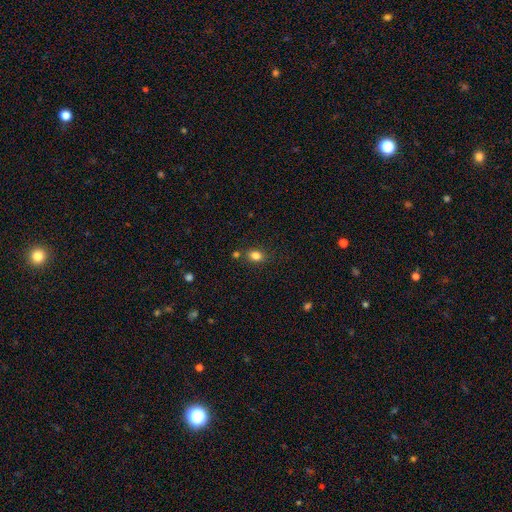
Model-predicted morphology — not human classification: smooth_or_featured: smooth (p=0.83) [alt: star or artifact p=0.11]
how_rounded: in between (p=0.70) [alt: round p=0.28]
merging: none (p=0.77) [alt: minor disturbance p=0.11]